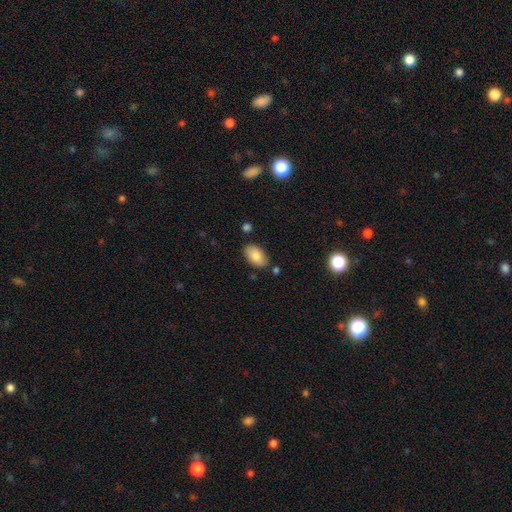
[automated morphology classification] A smooth galaxy with no disk features (86%) that is in between round and cigar-shaped (94%).

Vote fractions:
- Smooth or featured? smooth: 86% / featured or disk: 7% / star or artifact: 7%
- How rounded? in between: 94% / round: 5% / cigar-shaped: 1%
- Merging? none: 81% / minor disturbance: 13% / merger: 4% / major disturbance: 3%